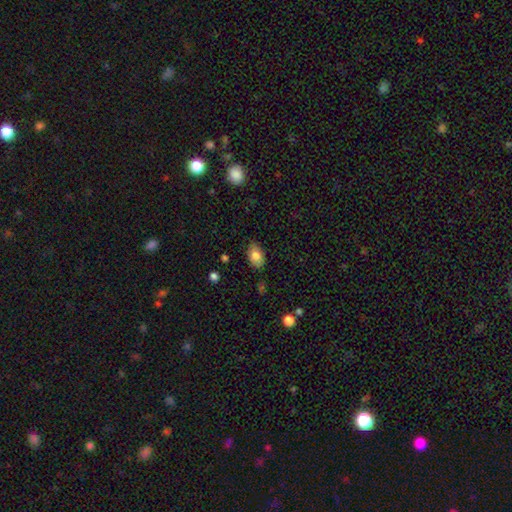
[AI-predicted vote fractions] The model was most divided on "merging": none: 81%, minor disturbance: 15%, major disturbance: 3%, merger: 1%. More confident: how rounded — in between (89%); smooth or featured — smooth (82%).